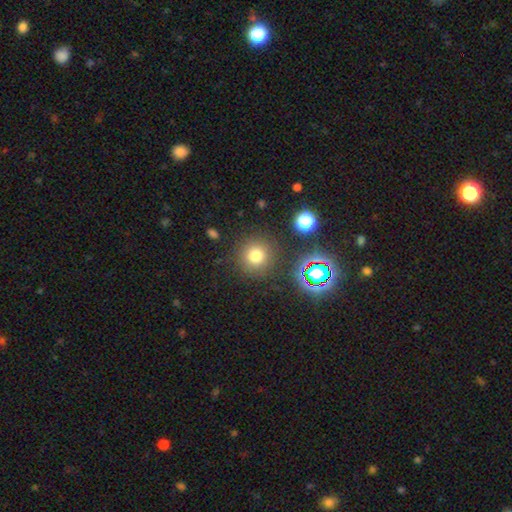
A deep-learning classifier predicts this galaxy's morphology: Smooth or featured?
  - smooth: 74% *
  - star or artifact: 19%
  - featured or disk: 8%
How rounded?
  - round: 94% *
  - in between: 5%
  - cigar-shaped: 1%
Merging?
  - none: 87% *
  - minor disturbance: 7%
  - major disturbance: 3%
  - merger: 3%